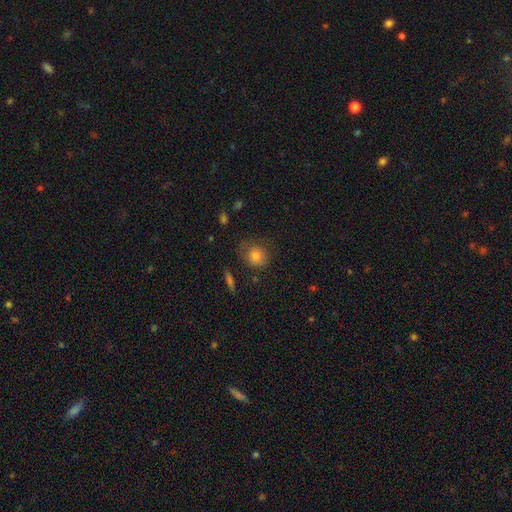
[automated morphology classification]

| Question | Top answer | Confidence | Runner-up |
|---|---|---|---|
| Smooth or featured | smooth | 80% | featured or disk (10%) |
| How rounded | round | 75% | in between (23%) |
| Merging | none | 67% | minor disturbance (22%) |